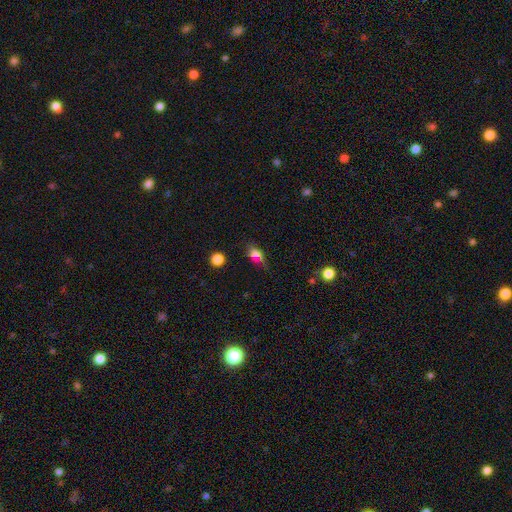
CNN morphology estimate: smooth-or-featured: smooth: 69% | star or artifact: 16% | featured or disk: 14%
  how-rounded: in between: 74% | round: 20% | cigar-shaped: 6%
  merging: none: 62% | minor disturbance: 23% | major disturbance: 8% | merger: 7%